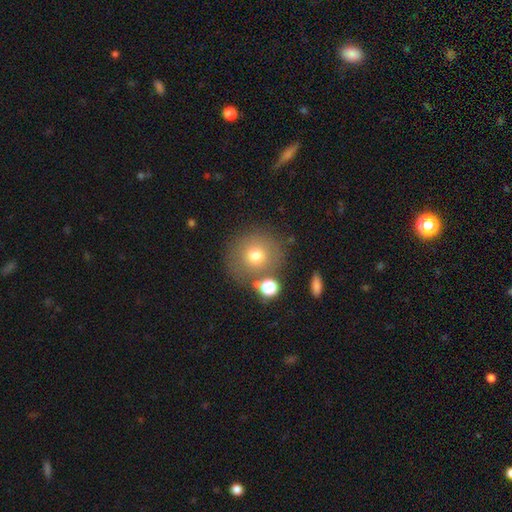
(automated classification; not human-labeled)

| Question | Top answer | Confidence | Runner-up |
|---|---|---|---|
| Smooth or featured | smooth | 73% | featured or disk (14%) |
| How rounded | round | 89% | in between (10%) |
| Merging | none | 74% | minor disturbance (11%) |